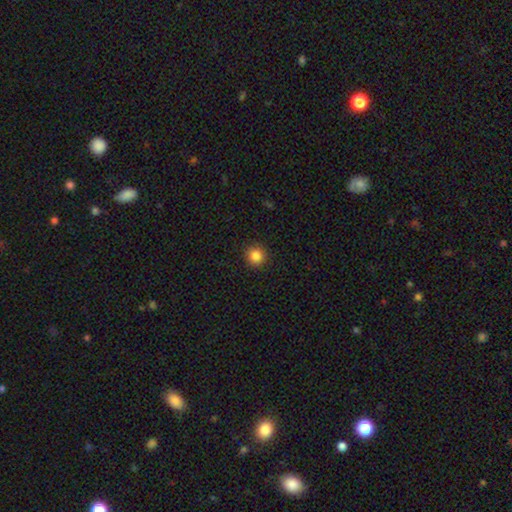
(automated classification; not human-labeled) This appears to be a smooth galaxy with no disk features (84%) that is round (94%). Merging: none (91%).